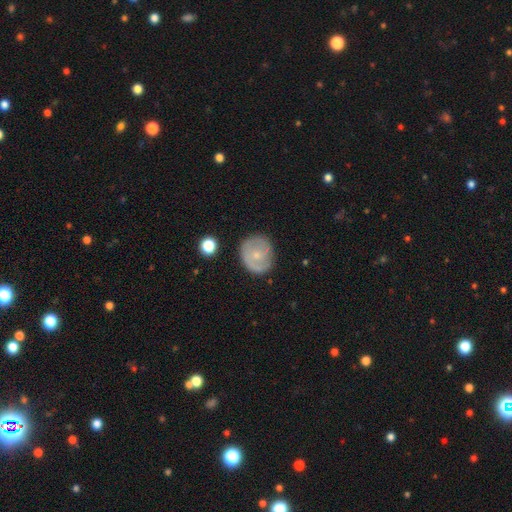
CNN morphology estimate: A featured or disk galaxy (50%).

Vote fractions:
- Smooth or featured? featured or disk: 50% / smooth: 43% / star or artifact: 7%
- Merging? none: 75% / minor disturbance: 18% / major disturbance: 5% / merger: 2%